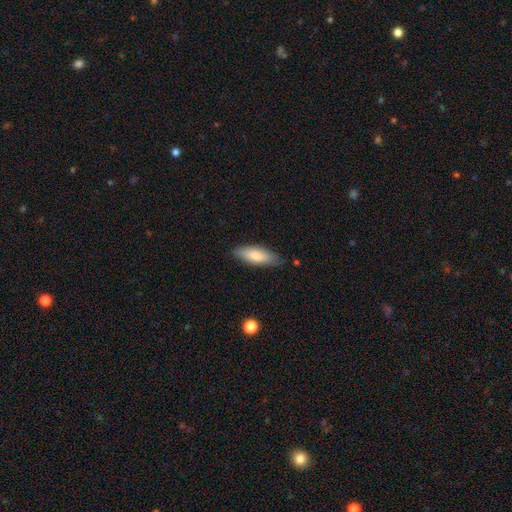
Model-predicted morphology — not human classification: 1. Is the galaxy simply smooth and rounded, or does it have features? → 77% smooth, 18% featured or disk, 6% star or artifact.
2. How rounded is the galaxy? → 58% in between, 40% cigar-shaped, 2% round.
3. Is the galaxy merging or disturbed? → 79% none, 17% minor disturbance, 3% major disturbance, 2% merger.